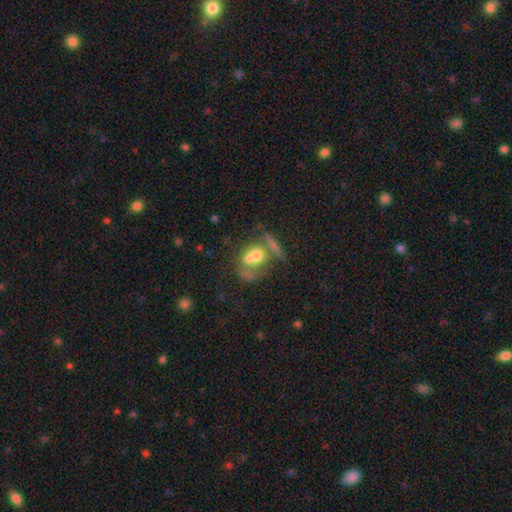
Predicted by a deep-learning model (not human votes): Overall: smooth (53%; featured or disk 34%). How rounded: in between (63%; round 31%). Merging: merger (44%; none 25%).